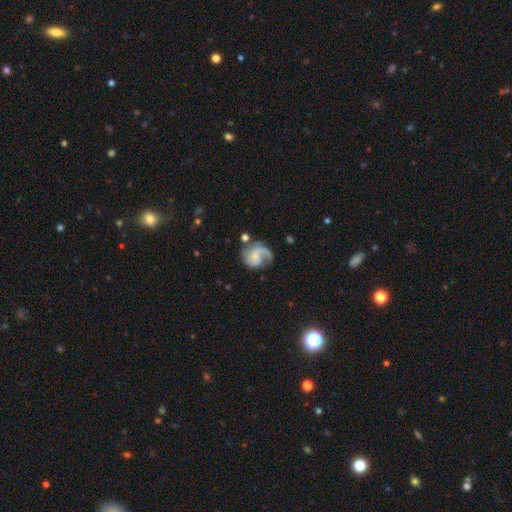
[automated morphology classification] type=featured or disk (68%); edge-on=no (98%); bar=no (67%); spiral arms=yes (91%); winding=medium (41%); arm count=1 (49%); bulge=small (58%); merging=none (48%).